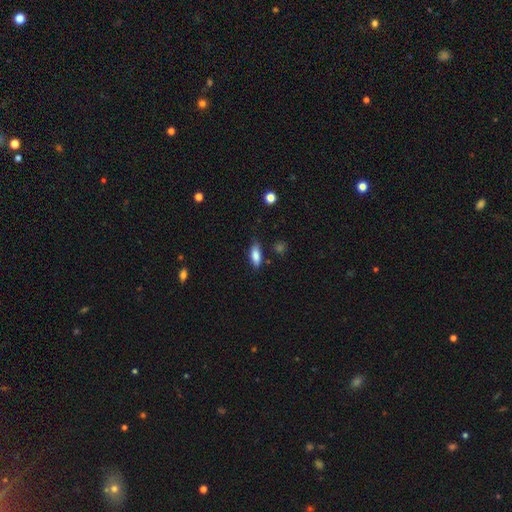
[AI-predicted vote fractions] Smooth or featured? Predicted: smooth (p=0.82). How rounded? Predicted: in between (p=0.72). Merging? Predicted: none (p=0.74).